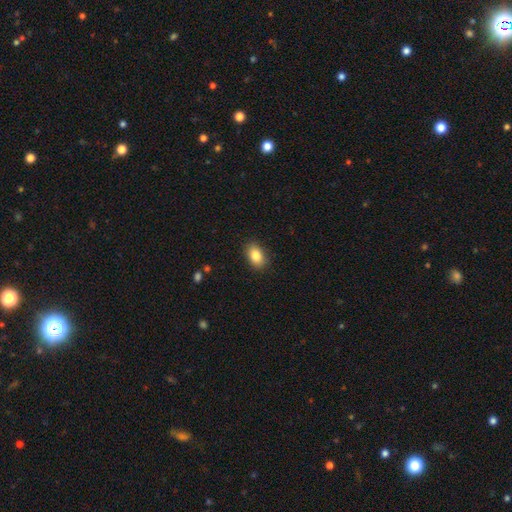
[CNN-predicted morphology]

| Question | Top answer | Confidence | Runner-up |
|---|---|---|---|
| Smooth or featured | smooth | 85% | star or artifact (8%) |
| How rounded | in between | 85% | round (14%) |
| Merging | none | 88% | minor disturbance (9%) |